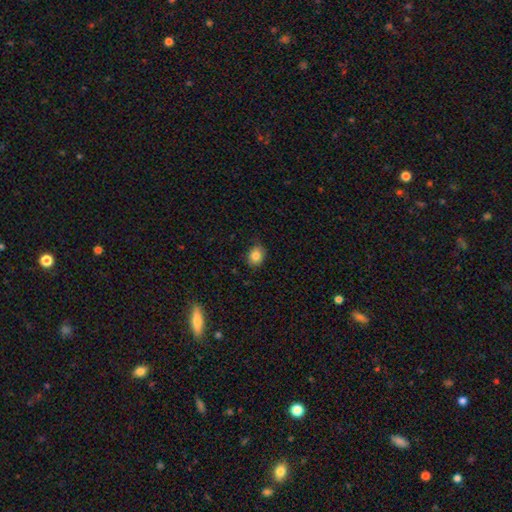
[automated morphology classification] Q: Smooth or featured?
A: smooth (84%); runner-up: star or artifact (10%)
Q: How rounded?
A: round (57%); runner-up: in between (42%)
Q: Merging?
A: none (80%); runner-up: minor disturbance (16%)